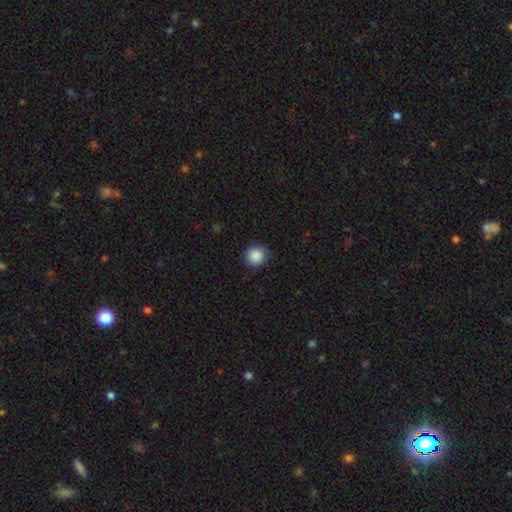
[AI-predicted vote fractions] smooth_or_featured: smooth (p=0.88) [alt: star or artifact p=0.09]
how_rounded: round (p=0.91) [alt: in between p=0.08]
merging: none (p=0.87) [alt: minor disturbance p=0.10]